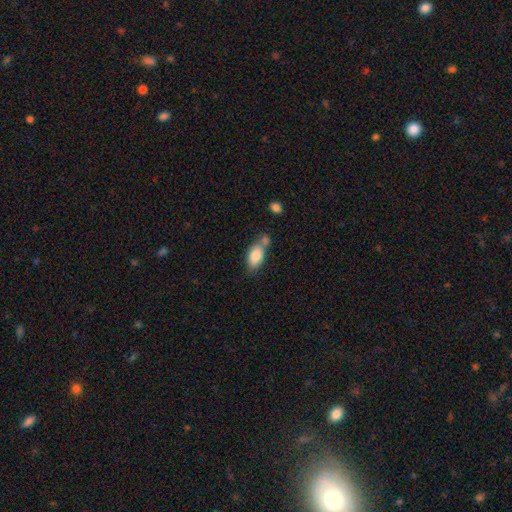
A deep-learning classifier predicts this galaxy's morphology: smooth_or_featured: smooth (p=0.84) [alt: featured or disk p=0.09]
how_rounded: in between (p=0.90) [alt: round p=0.06]
merging: none (p=0.41) [alt: merger p=0.37]